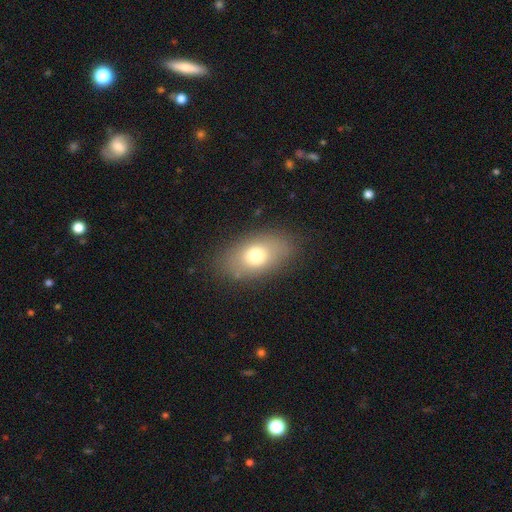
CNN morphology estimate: This appears to be a smooth galaxy with no disk features (72%) that is in between round and cigar-shaped (85%). Merging: none (82%).